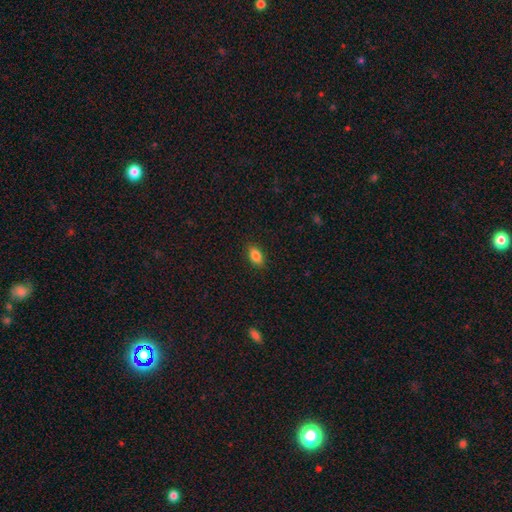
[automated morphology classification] A smooth galaxy with no disk features (85%) that is in between round and cigar-shaped (89%). Merging: none (88%).